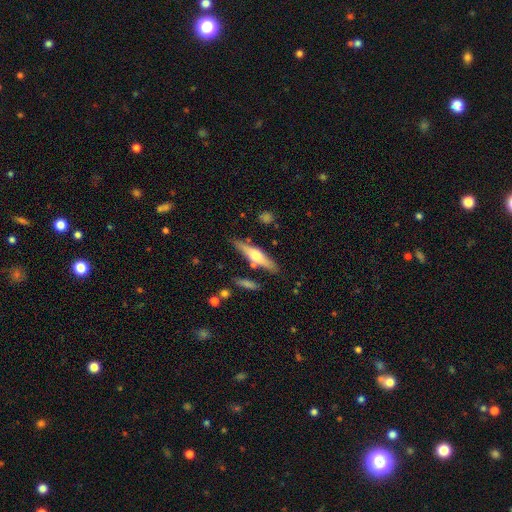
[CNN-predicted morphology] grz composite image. It shows a featured or disk galaxy (52%) viewed edge-on (93%). Merging: none (80%).